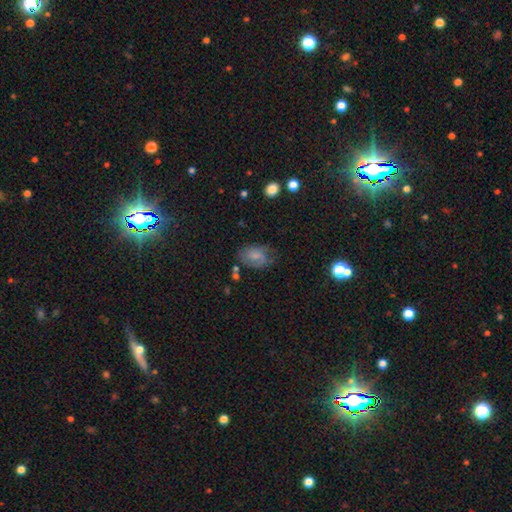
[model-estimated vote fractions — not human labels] Smooth or featured: smooth — 62% (featured or disk — 28%)
How rounded: in between — 82% (round — 17%)
Merging: none — 53% (minor disturbance — 29%)